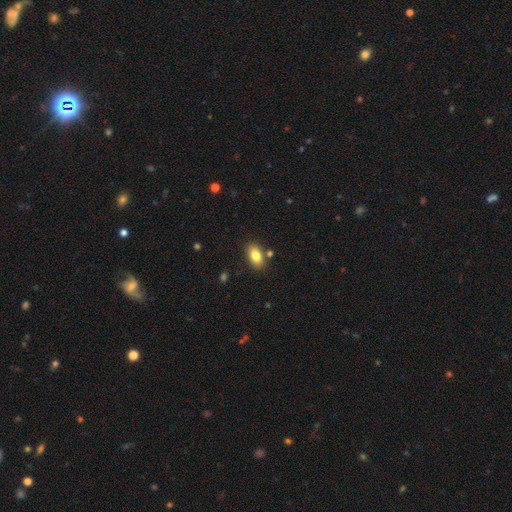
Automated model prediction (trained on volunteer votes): A smooth galaxy with no disk features (82%) that is in between round and cigar-shaped (90%). Merging: none (82%).